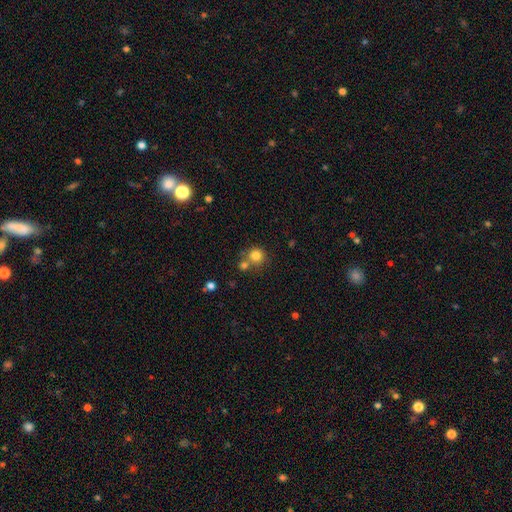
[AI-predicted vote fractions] smooth-or-featured: smooth: 80% | star or artifact: 12% | featured or disk: 8%
  how-rounded: round: 91% | in between: 8% | cigar-shaped: 1%
  merging: none: 61% | merger: 27% | minor disturbance: 8% | major disturbance: 3%